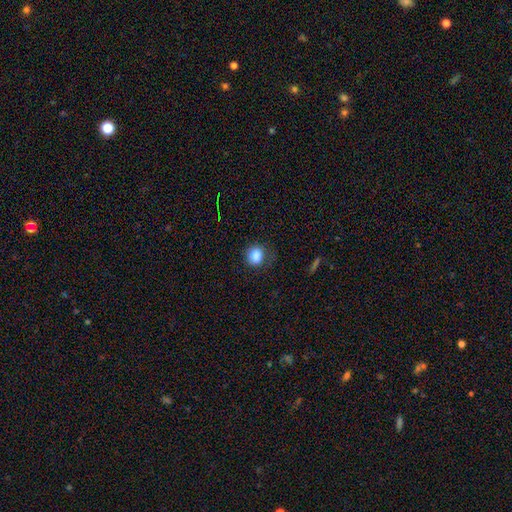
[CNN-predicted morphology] smooth-or-featured: smooth: 84% | star or artifact: 10% | featured or disk: 6%
  how-rounded: round: 72% | in between: 28% | cigar-shaped: 1%
  merging: none: 75% | minor disturbance: 18% | major disturbance: 7% | merger: 1%